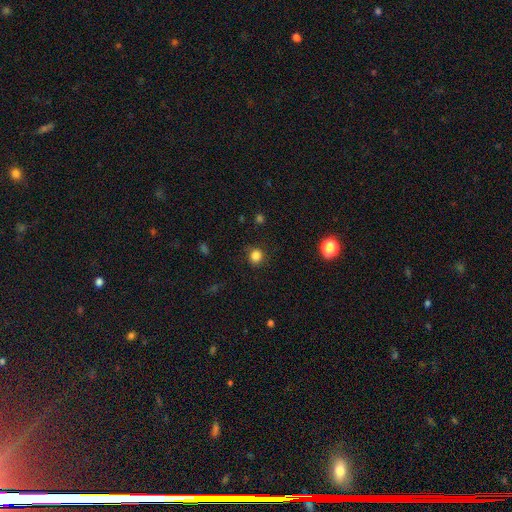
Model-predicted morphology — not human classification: The model was most divided on "how rounded": round: 84%, in between: 15%, cigar-shaped: 1%. More confident: merging — none (85%); smooth or featured — smooth (84%).